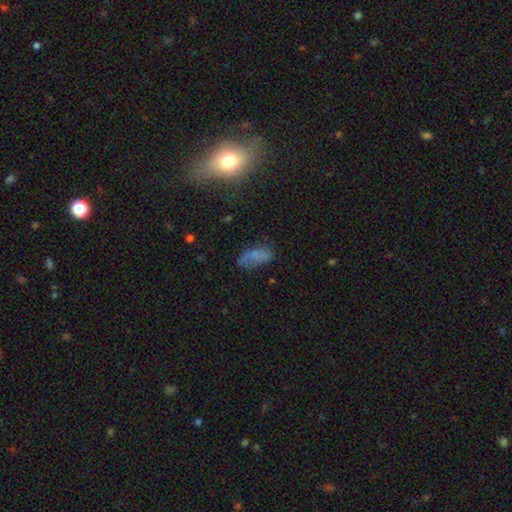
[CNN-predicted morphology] Overall: smooth (60%; featured or disk 22%). How rounded: in between (86%). Merging: none (48%; minor disturbance 29%).